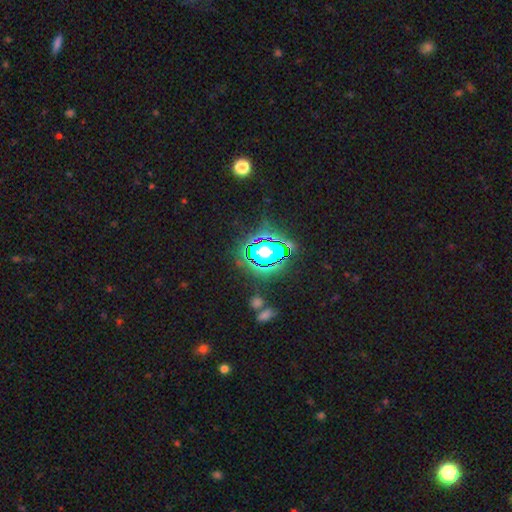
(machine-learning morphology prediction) type=star or artifact (81%).